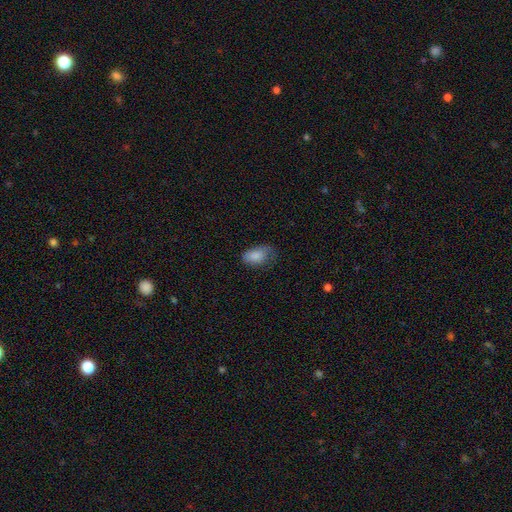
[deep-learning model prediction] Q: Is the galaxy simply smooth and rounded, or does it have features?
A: smooth — 83%.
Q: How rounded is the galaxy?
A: in between — 90%.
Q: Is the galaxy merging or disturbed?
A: none — 46%.